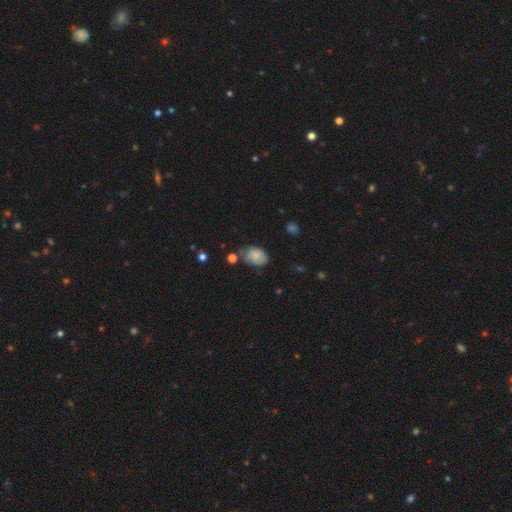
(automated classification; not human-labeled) smooth-or-featured: smooth: 75% | featured or disk: 17% | star or artifact: 9%
  how-rounded: in between: 78% | round: 21% | cigar-shaped: 1%
  merging: none: 51% | minor disturbance: 32% | major disturbance: 10% | merger: 7%